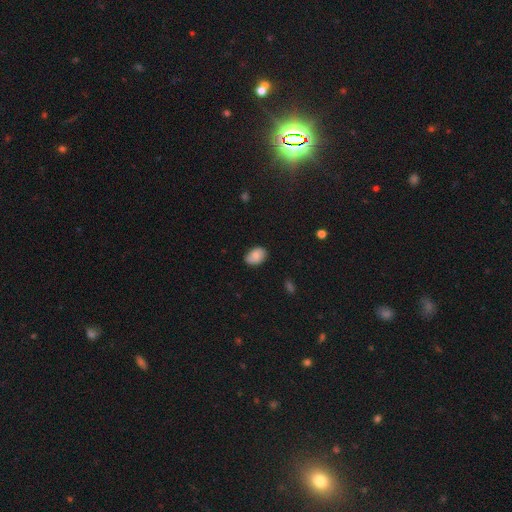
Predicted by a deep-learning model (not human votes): A smooth galaxy with no disk features (77%) that is in between round and cigar-shaped (83%). Merging: none (79%).